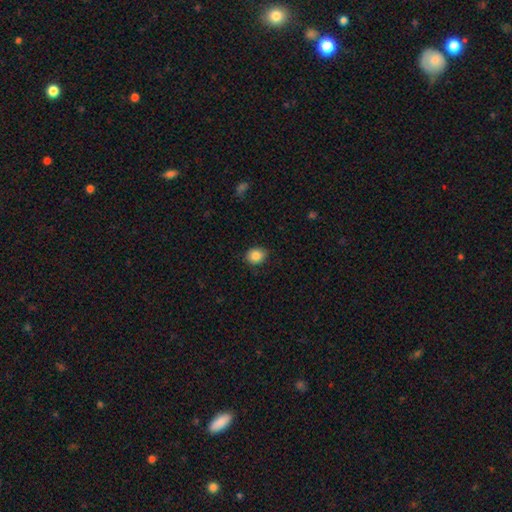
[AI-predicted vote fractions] smooth_or_featured: smooth (p=0.85) [alt: star or artifact p=0.09]
how_rounded: round (p=0.65) [alt: in between p=0.34]
merging: none (p=0.83) [alt: minor disturbance p=0.14]